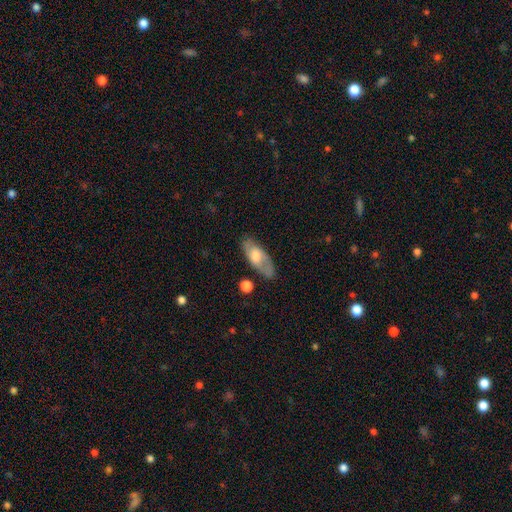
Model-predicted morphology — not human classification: type=smooth (50%); merging=none (77%).